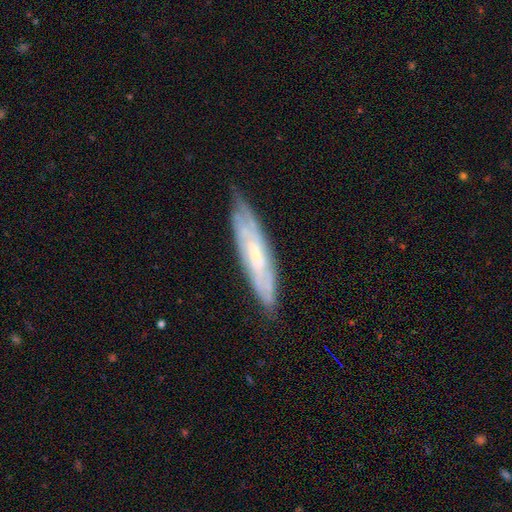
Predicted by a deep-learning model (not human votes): Smooth or featured? Predicted: featured or disk (p=0.66). Edge-on disk? Predicted: no (p=0.55). Merging? Predicted: none (p=0.76).